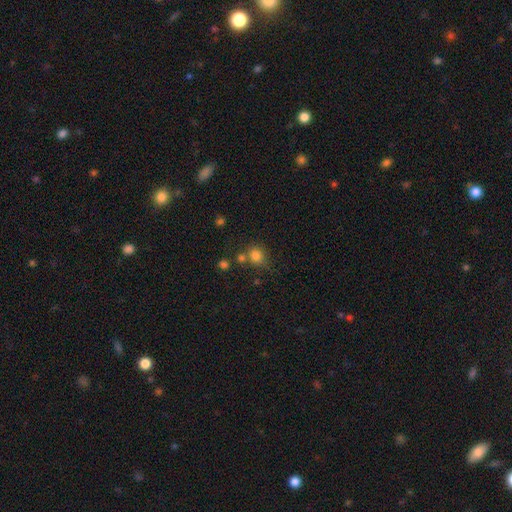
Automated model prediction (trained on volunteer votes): A smooth galaxy with no disk features (80%) that is round (81%).

Vote fractions:
- Smooth or featured? smooth: 80% / star or artifact: 14% / featured or disk: 6%
- How rounded? round: 81% / in between: 18% / cigar-shaped: 1%
- Merging? none: 62% / merger: 20% / minor disturbance: 13% / major disturbance: 5%